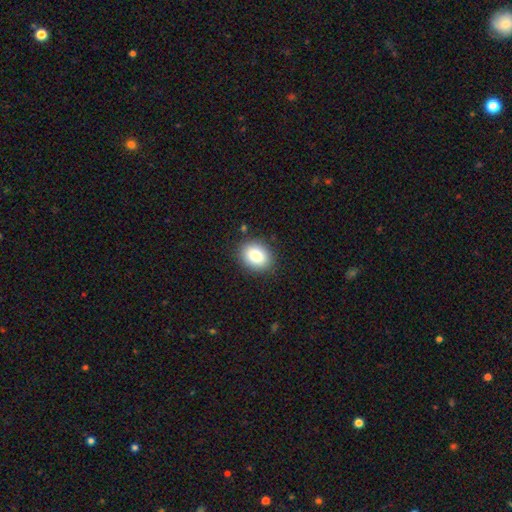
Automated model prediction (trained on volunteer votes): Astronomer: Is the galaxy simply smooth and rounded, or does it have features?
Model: smooth — 82%.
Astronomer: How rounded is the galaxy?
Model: round — 50% (runner-up: in between, 49%).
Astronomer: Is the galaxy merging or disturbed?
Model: none — 88%.